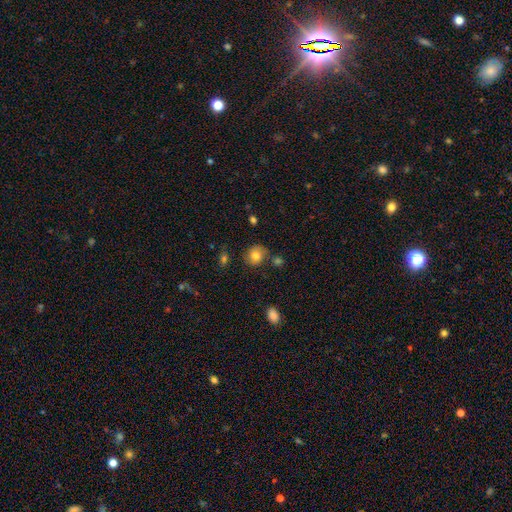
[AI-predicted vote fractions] This is likely a smooth galaxy (79%). How rounded: likely round (78%). Merging: likely none (71%).